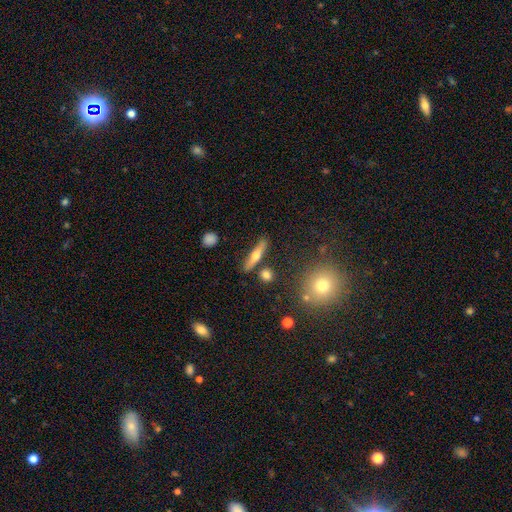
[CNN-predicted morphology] Q: Smooth or featured?
A: smooth (47%); runner-up: featured or disk (46%)
Q: Merging?
A: none (81%); runner-up: minor disturbance (10%)